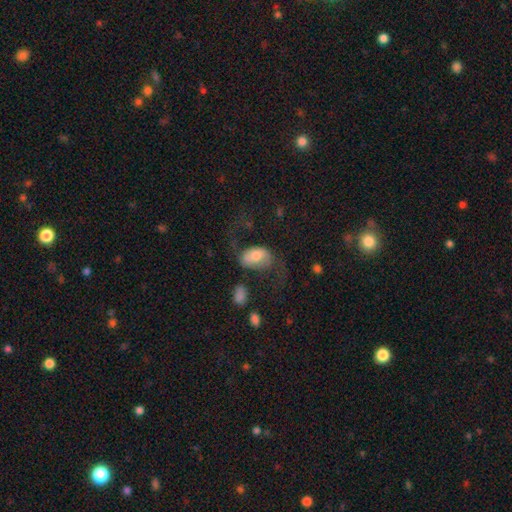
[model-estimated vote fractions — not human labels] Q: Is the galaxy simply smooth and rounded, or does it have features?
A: featured or disk — 49%.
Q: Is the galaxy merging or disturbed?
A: none — 41%.